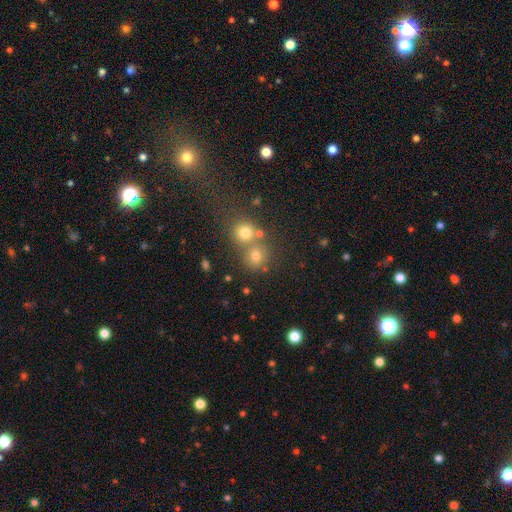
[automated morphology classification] Smooth or featured? smooth (71%)
How rounded? round (84%)
Merging? none (53%)